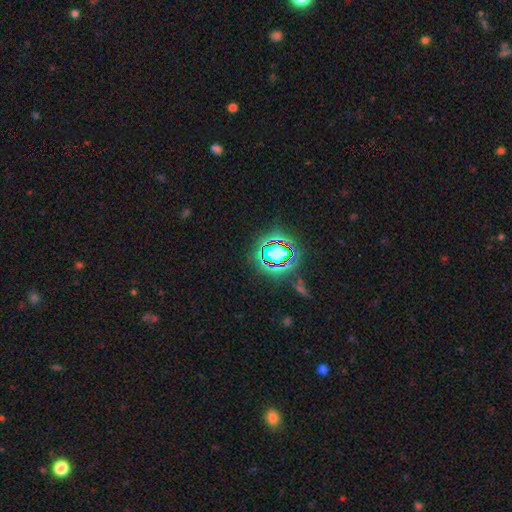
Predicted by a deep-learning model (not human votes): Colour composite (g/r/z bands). It shows a star or artifact, not a galaxy (79%).